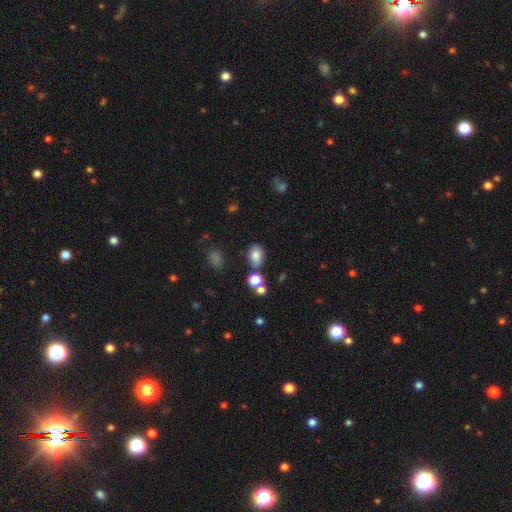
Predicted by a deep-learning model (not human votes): A smooth galaxy with no disk features (80%) that is in between round and cigar-shaped (74%).

Vote fractions:
- Smooth or featured? smooth: 80% / star or artifact: 12% / featured or disk: 8%
- How rounded? in between: 74% / round: 25% / cigar-shaped: 1%
- Merging? none: 72% / minor disturbance: 13% / merger: 11% / major disturbance: 4%